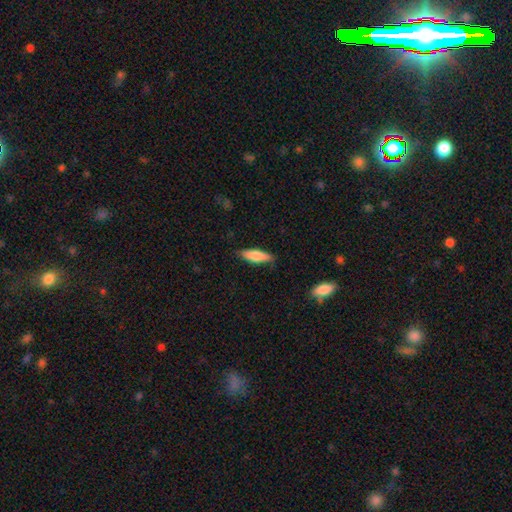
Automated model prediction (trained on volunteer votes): Smooth or featured? Predicted: smooth (p=0.78). How rounded? Predicted: cigar-shaped (p=0.52). Merging? Predicted: none (p=0.83).